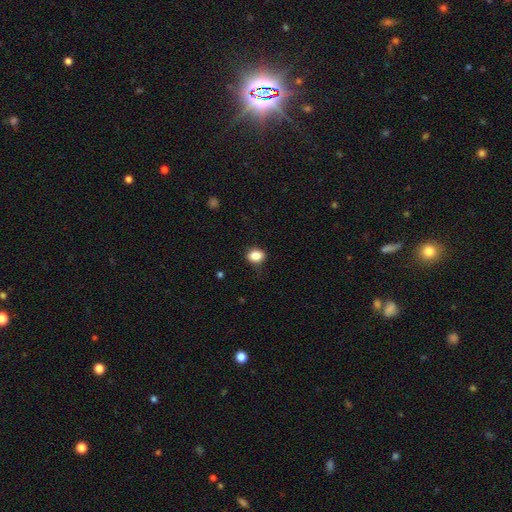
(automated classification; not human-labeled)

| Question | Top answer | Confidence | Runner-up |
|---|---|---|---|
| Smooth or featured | smooth | 85% | star or artifact (10%) |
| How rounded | in between | 55% | round (44%) |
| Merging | none | 78% | minor disturbance (17%) |